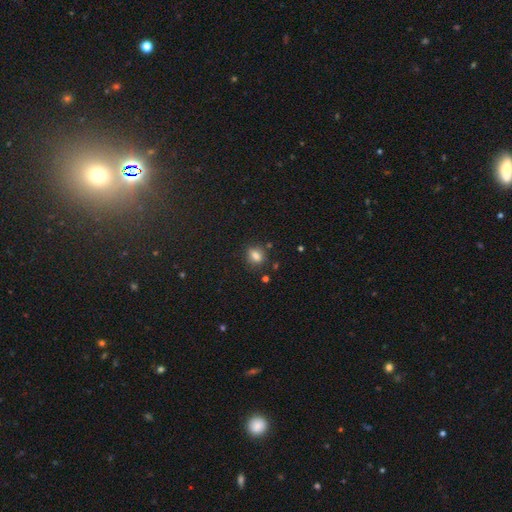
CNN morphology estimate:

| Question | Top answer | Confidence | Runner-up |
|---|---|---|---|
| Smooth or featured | smooth | 81% | star or artifact (12%) |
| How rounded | in between | 62% | round (35%) |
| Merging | none | 78% | minor disturbance (14%) |